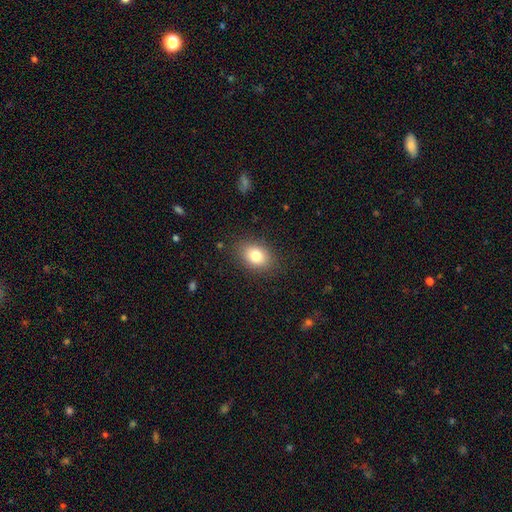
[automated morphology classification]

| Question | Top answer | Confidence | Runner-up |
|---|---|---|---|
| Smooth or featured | smooth | 80% | featured or disk (10%) |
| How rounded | in between | 73% | round (26%) |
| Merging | none | 85% | minor disturbance (11%) |